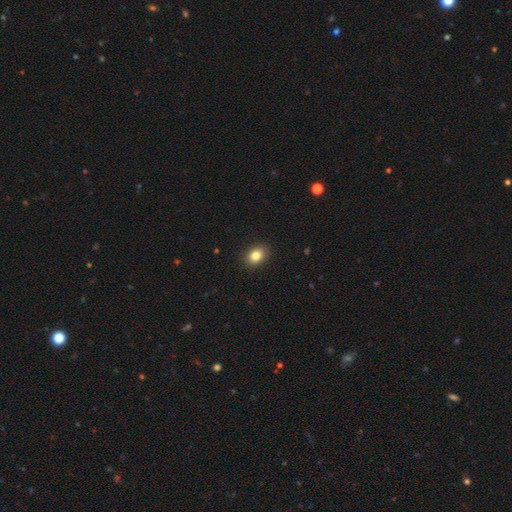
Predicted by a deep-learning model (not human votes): A smooth galaxy with no disk features (84%) that is in between round and cigar-shaped (65%).

Vote fractions:
- Smooth or featured? smooth: 84% / star or artifact: 10% / featured or disk: 7%
- How rounded? in between: 65% / round: 33% / cigar-shaped: 1%
- Merging? none: 90% / minor disturbance: 7% / major disturbance: 2% / merger: 1%